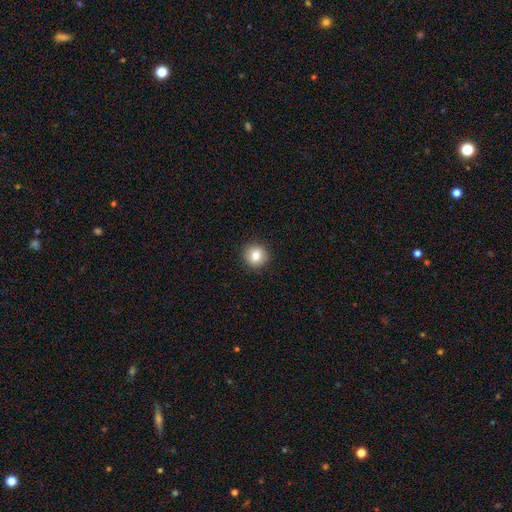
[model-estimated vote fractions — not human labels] A smooth galaxy with no disk features (82%) that is round (94%). Merging: none (92%).